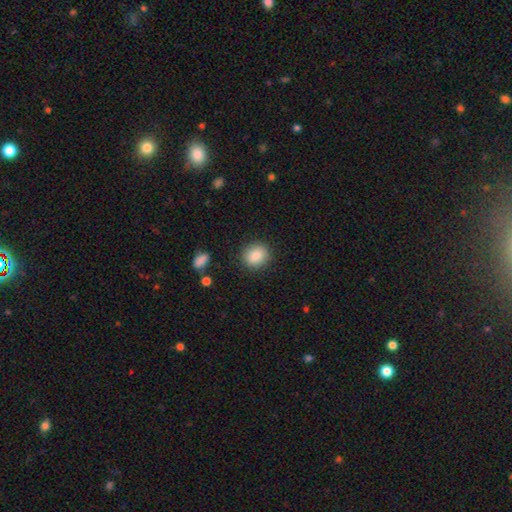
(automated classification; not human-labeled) Overall: smooth (86%). How rounded: round (71%). Merging: none (88%).